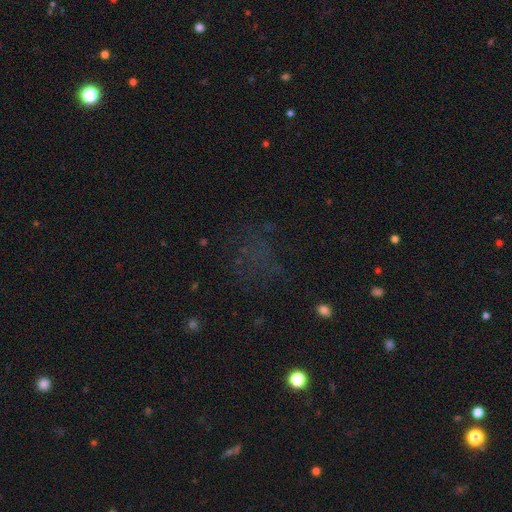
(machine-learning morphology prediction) Smooth or featured: star or artifact — 54% (smooth — 32%)